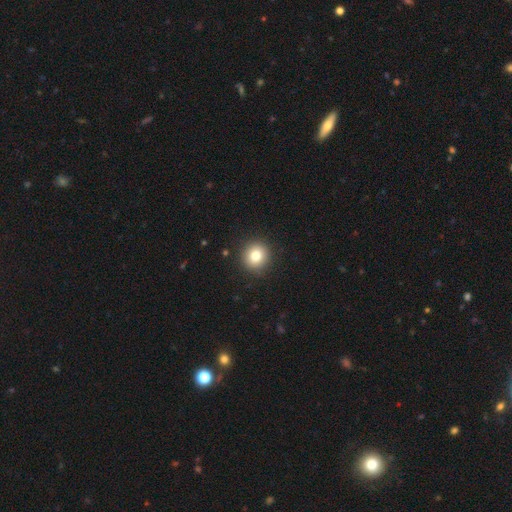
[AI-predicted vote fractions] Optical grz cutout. It shows a smooth galaxy with no disk features (80%) that is round (92%). Merging: none (92%).